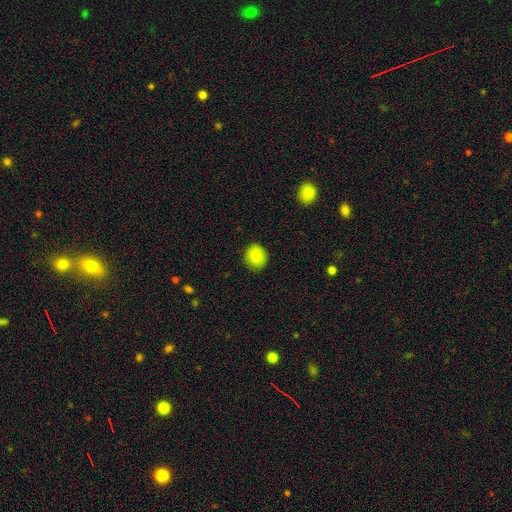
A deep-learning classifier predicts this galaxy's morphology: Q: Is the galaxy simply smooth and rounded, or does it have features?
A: smooth — 85%.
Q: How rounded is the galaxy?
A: round — 77%.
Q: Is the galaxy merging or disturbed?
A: none — 88%.